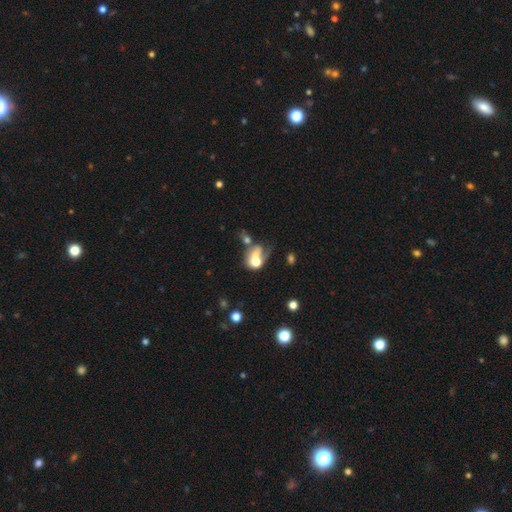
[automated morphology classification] This is possibly a smooth galaxy (58%). How rounded: possibly in between (58%). Merging: marginally merger (36%).